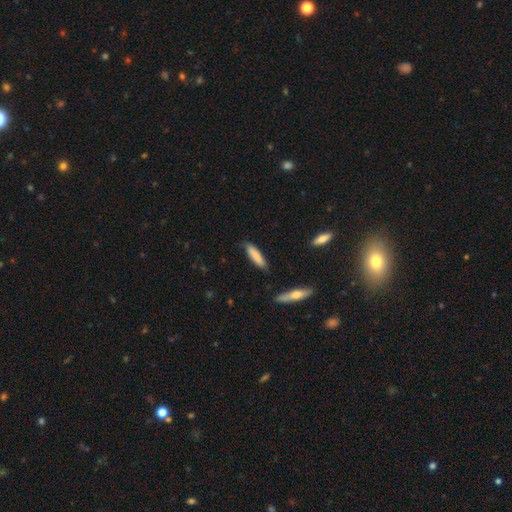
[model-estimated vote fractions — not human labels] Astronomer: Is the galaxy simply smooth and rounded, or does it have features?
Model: smooth — 82%.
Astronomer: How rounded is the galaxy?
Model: cigar-shaped — 71%.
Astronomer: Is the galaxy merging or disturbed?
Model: none — 79%.